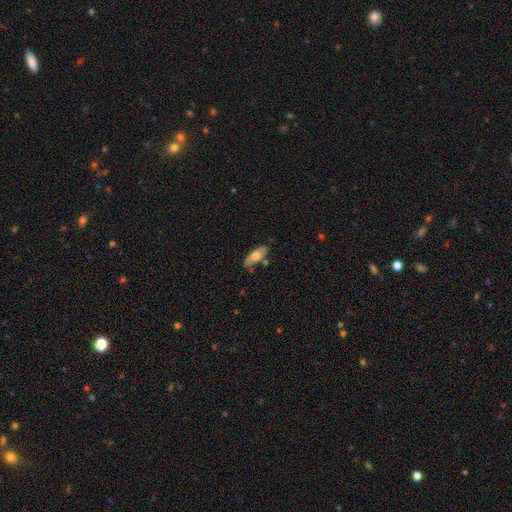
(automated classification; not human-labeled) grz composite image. It shows a smooth galaxy with no disk features (54%) that is in between round and cigar-shaped (77%). Merging: none (71%).